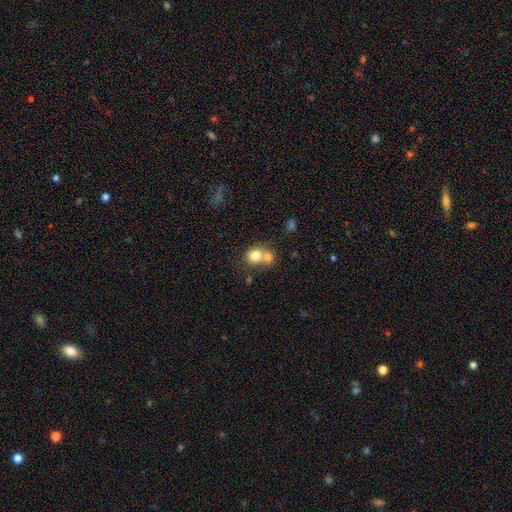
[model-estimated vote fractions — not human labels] A smooth galaxy with no disk features (75%) that is round (76%). Merging: merger (57%).